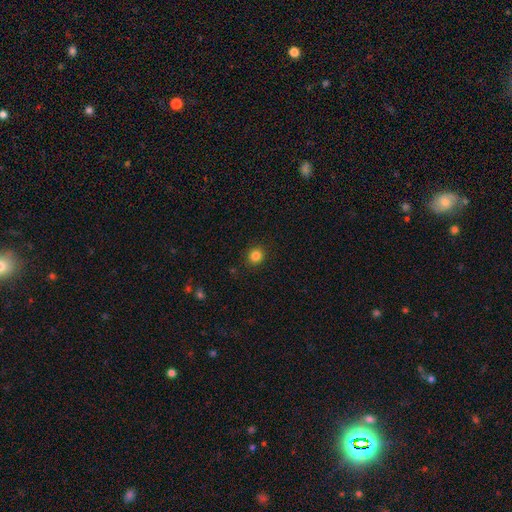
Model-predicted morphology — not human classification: Overall: smooth (84%). How rounded: round (90%). Merging: none (91%).